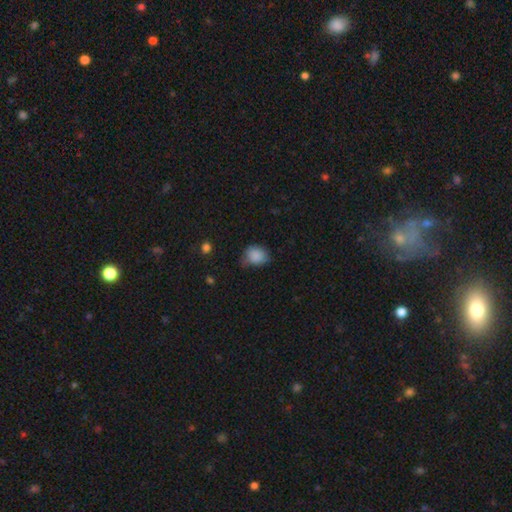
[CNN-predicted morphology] smooth-or-featured: smooth: 85% | star or artifact: 9% | featured or disk: 6%
  how-rounded: round: 53% | in between: 46% | cigar-shaped: 1%
  merging: none: 51% | minor disturbance: 37% | major disturbance: 9% | merger: 2%